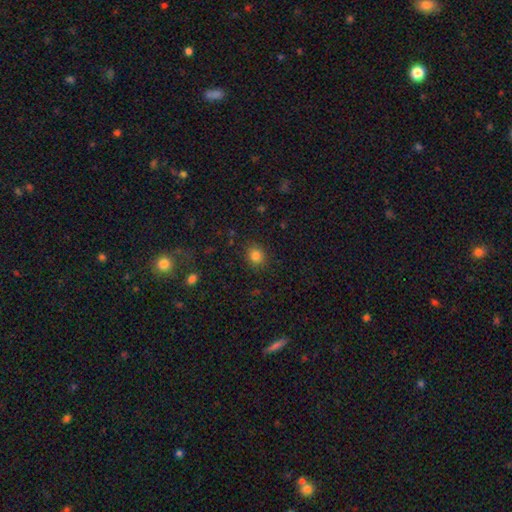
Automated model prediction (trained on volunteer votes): Morphology: type=smooth (82%); roundness=round (77%); merging=none (87%).